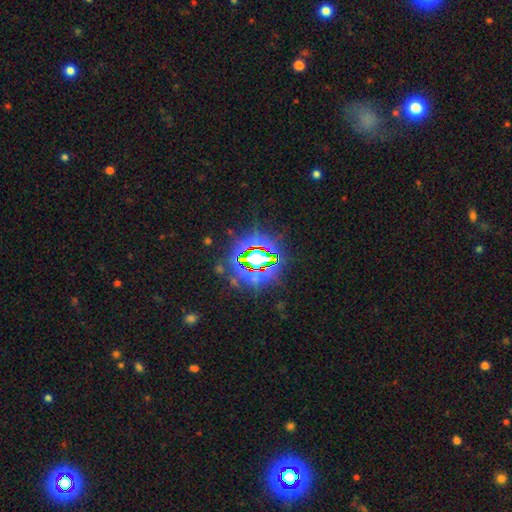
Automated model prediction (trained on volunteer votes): star or artifact 77%, smooth 12%, featured or disk 10%.